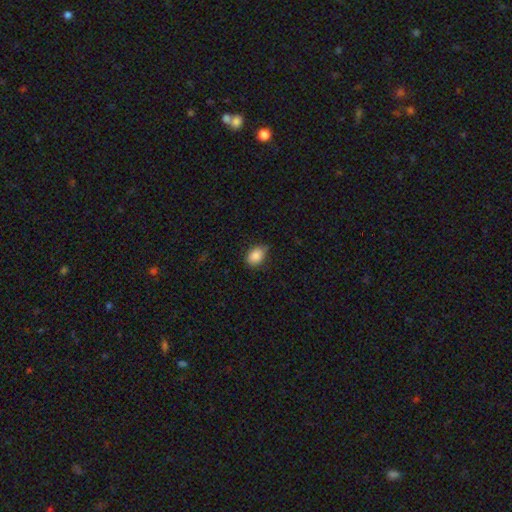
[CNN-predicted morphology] Smooth or featured? Predicted: smooth (p=0.85). How rounded? Predicted: in between (p=0.68). Merging? Predicted: none (p=0.72).